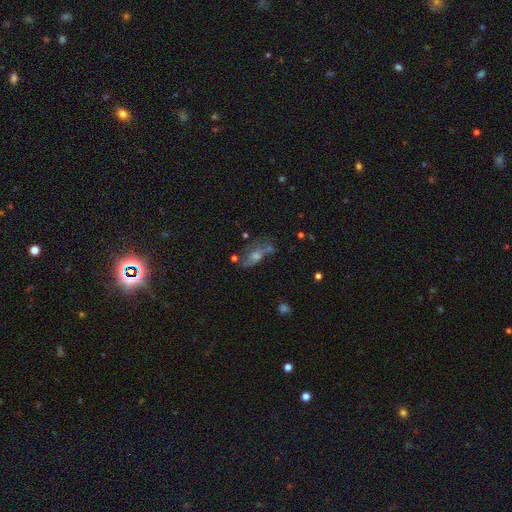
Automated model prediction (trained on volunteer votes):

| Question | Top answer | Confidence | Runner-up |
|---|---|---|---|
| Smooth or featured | featured or disk | 53% | smooth (29%) |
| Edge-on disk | no | 80% | yes (20%) |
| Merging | none | 52% | minor disturbance (21%) |